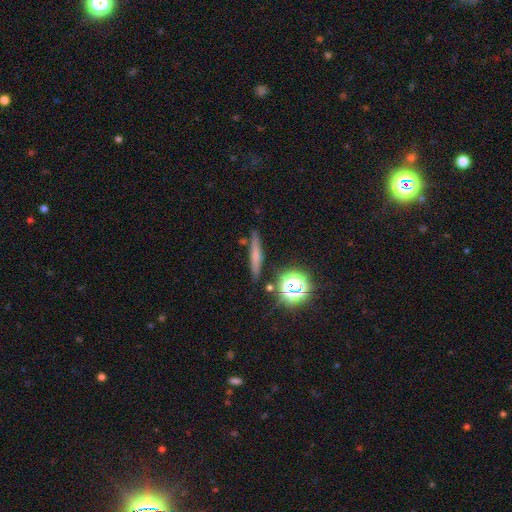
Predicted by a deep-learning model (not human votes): smooth_or_featured: smooth (p=0.52) [alt: featured or disk p=0.31]
how_rounded: cigar-shaped (p=0.83) [alt: round p=0.09]
merging: none (p=0.84) [alt: minor disturbance p=0.10]